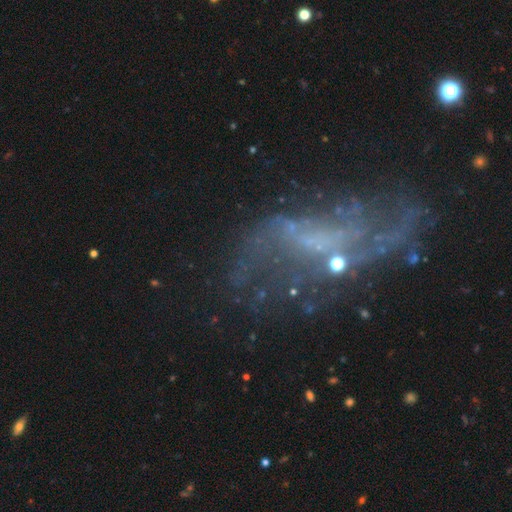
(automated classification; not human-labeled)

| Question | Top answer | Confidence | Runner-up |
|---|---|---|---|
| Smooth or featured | featured or disk | 70% | star or artifact (17%) |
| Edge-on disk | no | 93% | yes (7%) |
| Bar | no | 60% | weak (29%) |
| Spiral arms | yes | 55% | no (45%) |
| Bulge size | none | 53% | small (33%) |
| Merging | none | 40% | major disturbance (35%) |